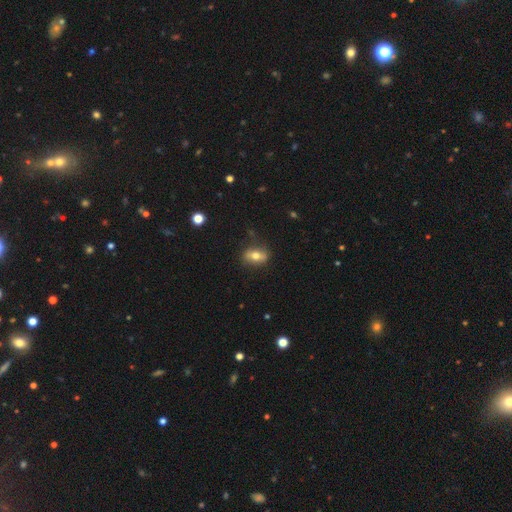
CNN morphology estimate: Smooth or featured: smooth — 57% (featured or disk — 34%)
How rounded: in between — 75% (round — 15%)
Merging: none — 76% (minor disturbance — 17%)